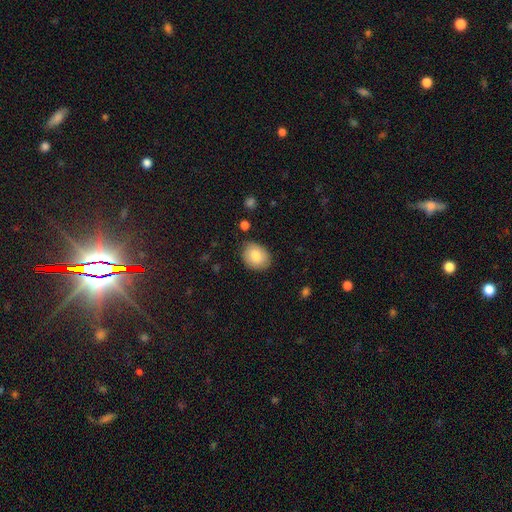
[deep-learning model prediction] A smooth galaxy with no disk features (82%) that is in between round and cigar-shaped (52%). Merging: none (82%).